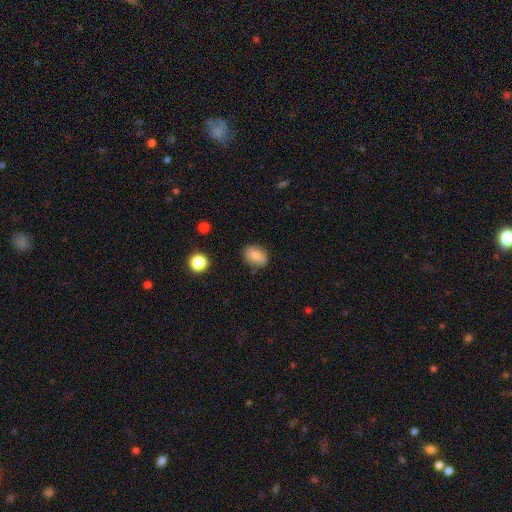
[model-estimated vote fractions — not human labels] Smooth or featured? Predicted: smooth (p=0.82). How rounded? Predicted: in between (p=0.62). Merging? Predicted: none (p=0.80).